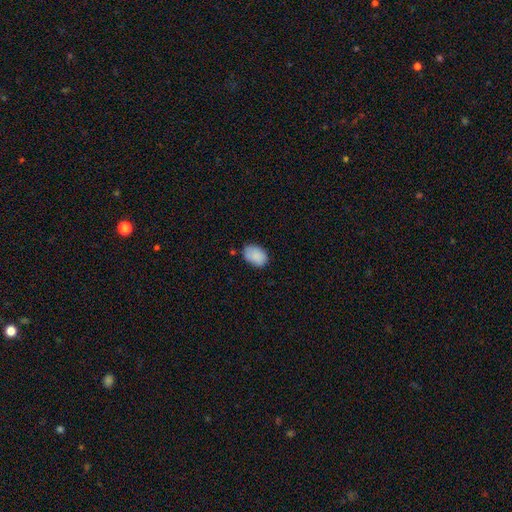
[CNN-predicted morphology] A smooth galaxy with no disk features (87%) that is in between round and cigar-shaped (81%). Merging: none (72%).